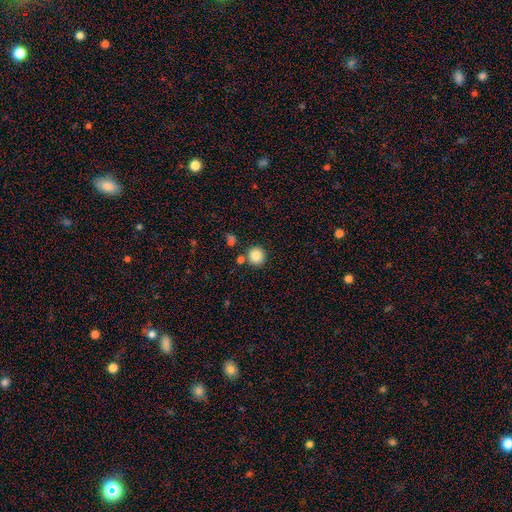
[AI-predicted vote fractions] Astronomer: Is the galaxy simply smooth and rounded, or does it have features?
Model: smooth — 85%.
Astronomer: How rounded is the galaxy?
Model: round — 92%.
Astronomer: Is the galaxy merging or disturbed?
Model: none — 82%.